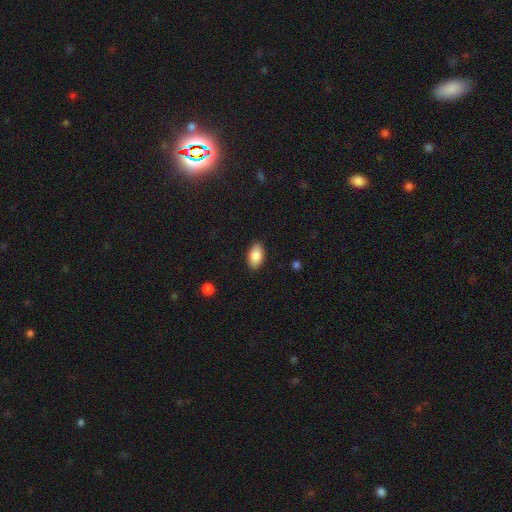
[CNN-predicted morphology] This is clearly a smooth galaxy (87%). How rounded: clearly in between (94%). Merging: clearly none (88%).